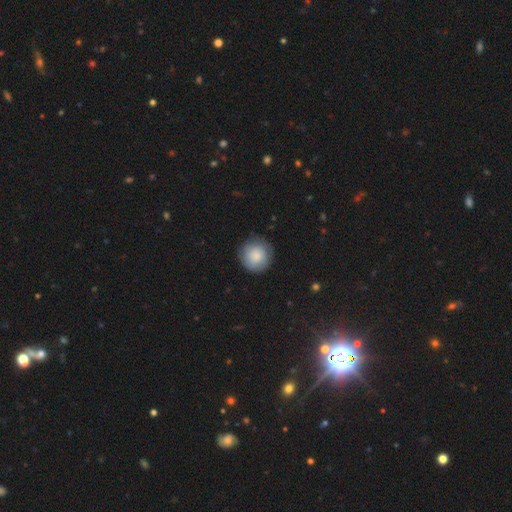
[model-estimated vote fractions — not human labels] Morphology: type=smooth (83%); roundness=round (95%); merging=none (85%).